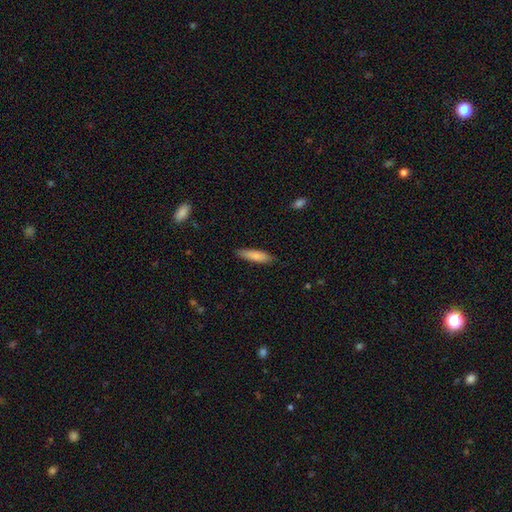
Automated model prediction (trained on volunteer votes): A smooth galaxy with no disk features (83%) that is cigar-shaped (72%).

Vote fractions:
- Smooth or featured? smooth: 83% / featured or disk: 11% / star or artifact: 6%
- How rounded? cigar-shaped: 72% / in between: 27% / round: 1%
- Merging? none: 86% / minor disturbance: 11% / major disturbance: 2% / merger: 1%